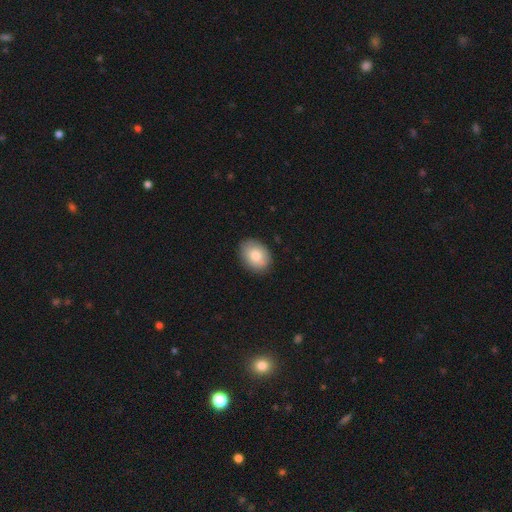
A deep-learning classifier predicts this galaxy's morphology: smooth-or-featured: smooth: 83% | featured or disk: 10% | star or artifact: 7%
  how-rounded: in between: 73% | round: 26% | cigar-shaped: 1%
  merging: none: 87% | minor disturbance: 10% | major disturbance: 2% | merger: 1%